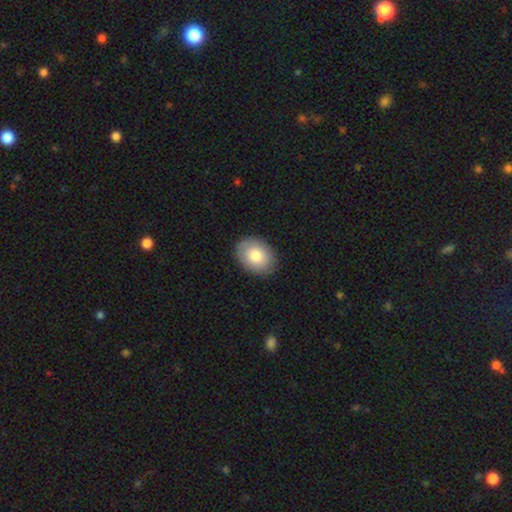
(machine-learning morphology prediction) smooth-or-featured: smooth: 81% | featured or disk: 12% | star or artifact: 7%
  how-rounded: in between: 70% | round: 29% | cigar-shaped: 1%
  merging: none: 88% | minor disturbance: 9% | major disturbance: 2% | merger: 1%